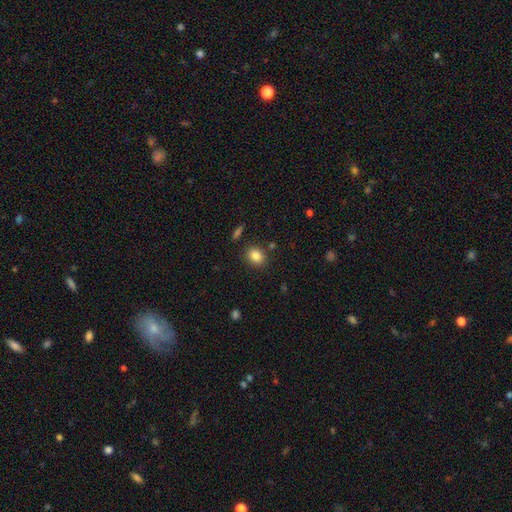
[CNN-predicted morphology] This is clearly a smooth galaxy (85%). How rounded: possibly round (53%). Merging: clearly none (85%).